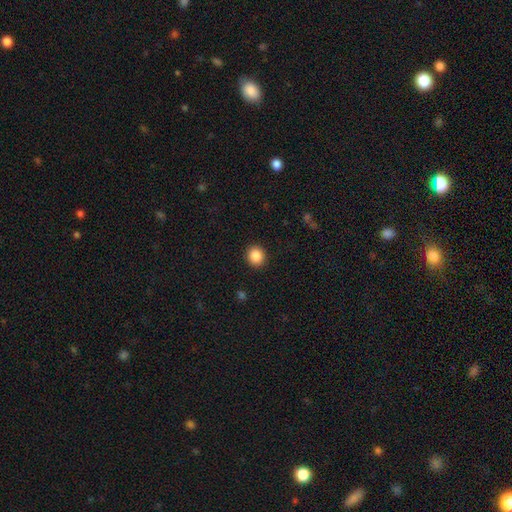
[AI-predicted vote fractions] Q: Smooth or featured?
A: smooth (87%); runner-up: star or artifact (9%)
Q: How rounded?
A: round (84%); runner-up: in between (15%)
Q: Merging?
A: none (91%); runner-up: minor disturbance (6%)